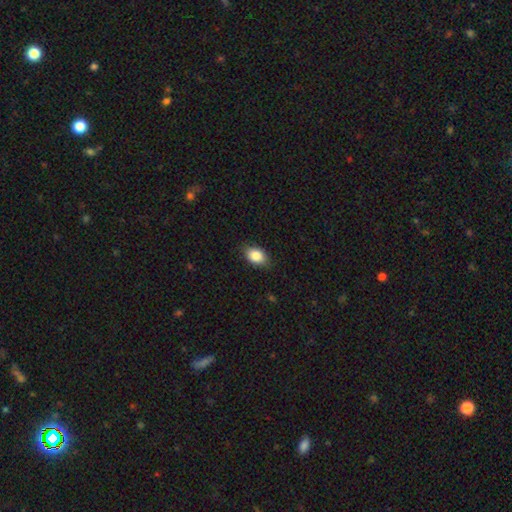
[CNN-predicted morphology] Overall: smooth (86%). How rounded: in between (82%). Merging: none (84%).